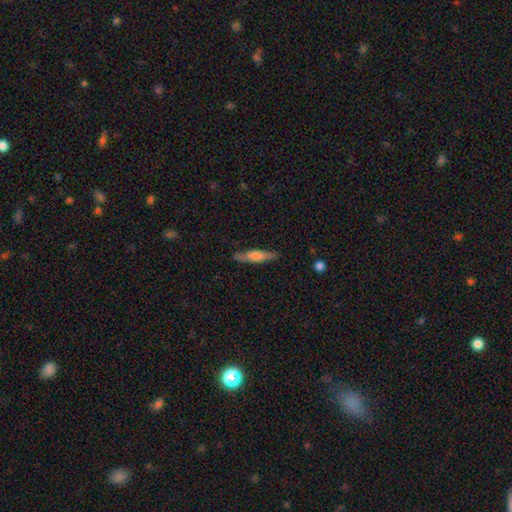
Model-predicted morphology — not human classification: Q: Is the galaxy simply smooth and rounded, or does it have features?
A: smooth — 52%.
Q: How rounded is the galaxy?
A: cigar-shaped — 86%.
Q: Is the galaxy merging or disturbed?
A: none — 81%.